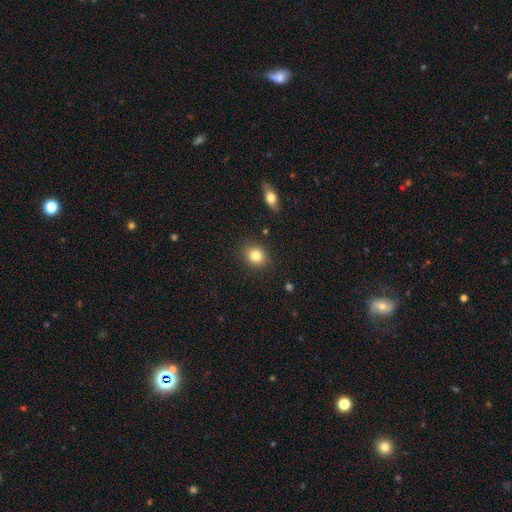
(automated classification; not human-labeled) smooth 83%, star or artifact 10%, featured or disk 8%. Down the decision tree: how rounded — round (65%); merging — none (87%).